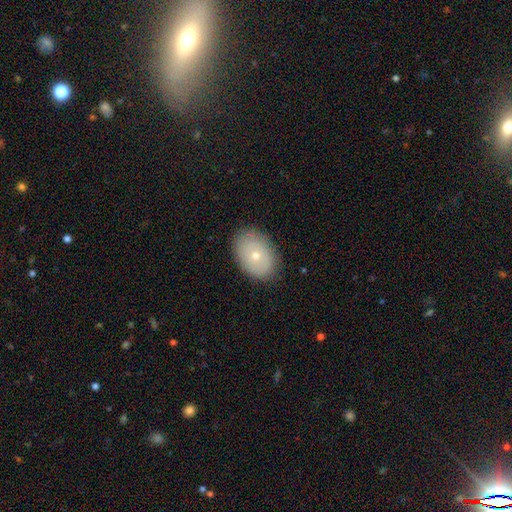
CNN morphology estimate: type=smooth (63%); roundness=in between (78%); merging=none (83%).